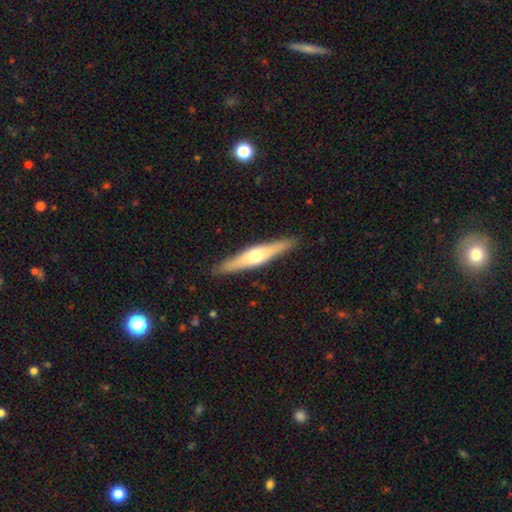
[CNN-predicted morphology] Smooth or featured?
  - featured or disk: 62% *
  - smooth: 33%
  - star or artifact: 5%
Edge-on disk?
  - yes: 95% *
  - no: 5%
Edge-on bulge?
  - rounded: 92% *
  - boxy: 4%
  - none: 4%
Merging?
  - none: 90% *
  - minor disturbance: 7%
  - major disturbance: 2%
  - merger: 1%